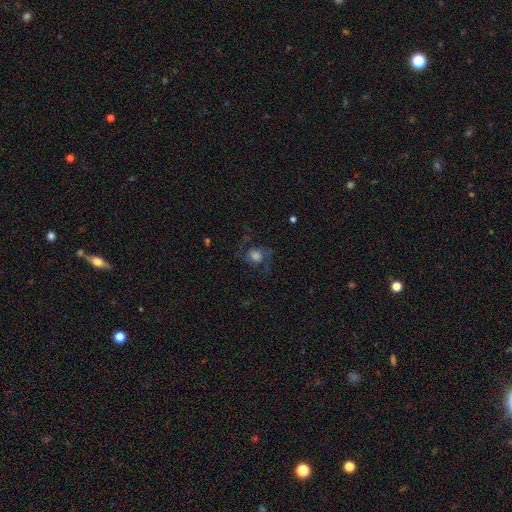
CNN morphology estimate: Smooth or featured? featured or disk (52%)
Edge-on disk? no (95%)
Merging? none (59%)